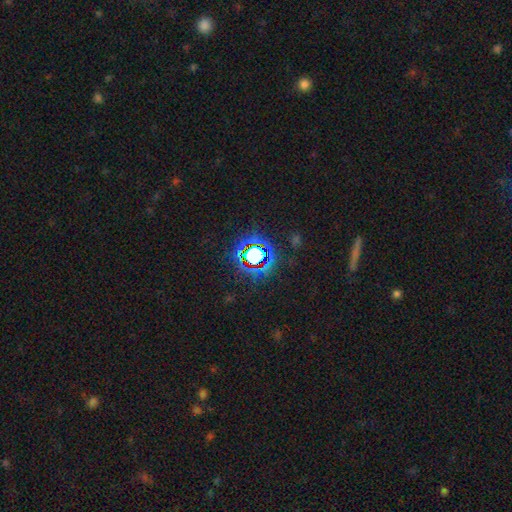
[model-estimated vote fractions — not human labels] Q: Smooth or featured?
A: star or artifact (73%); runner-up: smooth (17%)